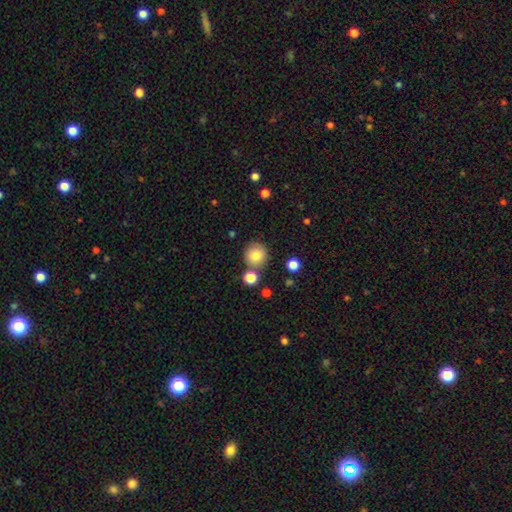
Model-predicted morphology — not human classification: Smooth or featured: smooth — 81% (star or artifact — 10%)
How rounded: round — 90% (in between — 9%)
Merging: none — 77% (merger — 10%)